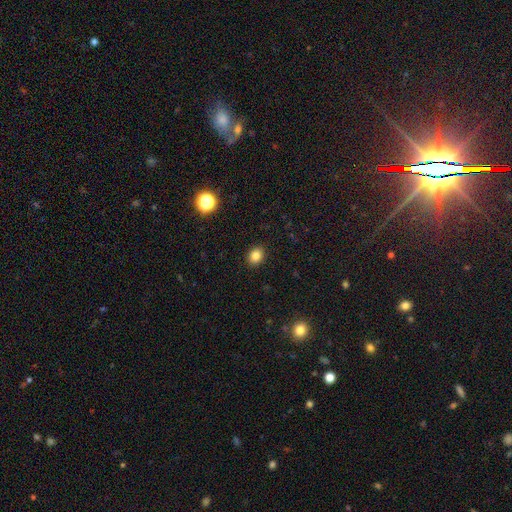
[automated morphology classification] Smooth or featured? Predicted: smooth (p=0.83). How rounded? Predicted: round (p=0.51). Merging? Predicted: none (p=0.91).